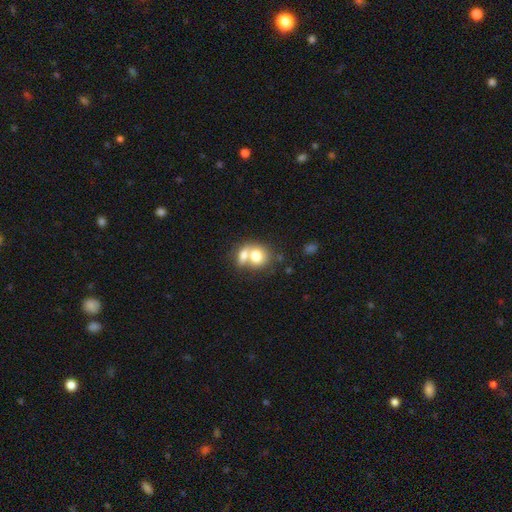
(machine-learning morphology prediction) The model was most divided on "how rounded": round: 51%, in between: 47%, cigar-shaped: 2%. More confident: smooth or featured — smooth (72%); merging — merger (65%).